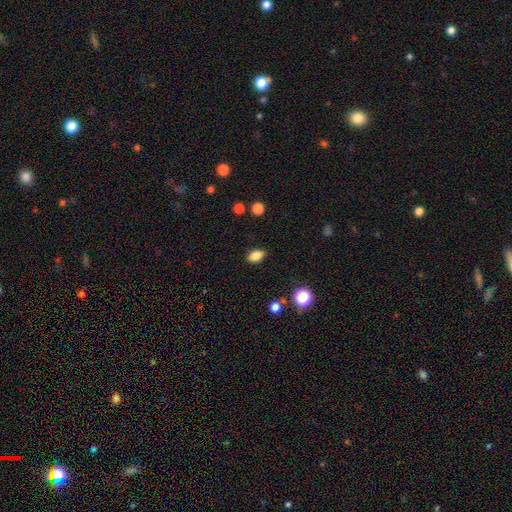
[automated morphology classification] Smooth or featured? Predicted: smooth (p=0.83). How rounded? Predicted: in between (p=0.86). Merging? Predicted: none (p=0.86).